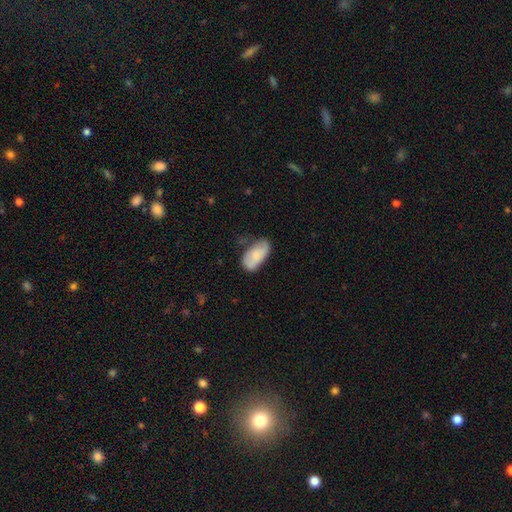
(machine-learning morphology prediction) smooth_or_featured: smooth (p=0.72) [alt: featured or disk p=0.22]
how_rounded: in between (p=0.94) [alt: round p=0.03]
merging: none (p=0.51) [alt: minor disturbance p=0.34]